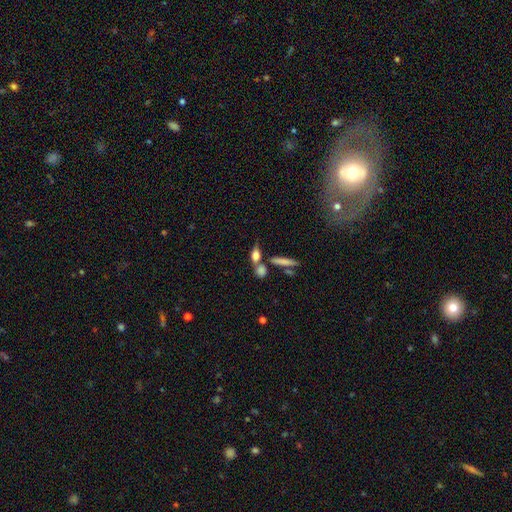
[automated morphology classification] A smooth galaxy with no disk features (66%) that is in between round and cigar-shaped (52%).

Vote fractions:
- Smooth or featured? smooth: 66% / featured or disk: 24% / star or artifact: 10%
- How rounded? in between: 52% / cigar-shaped: 30% / round: 18%
- Merging? none: 49% / merger: 34% / minor disturbance: 12% / major disturbance: 6%